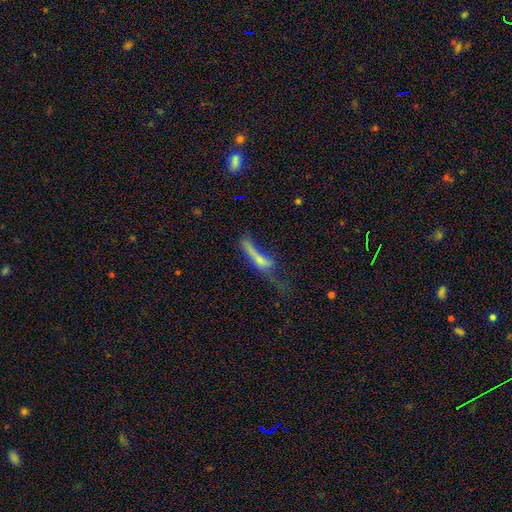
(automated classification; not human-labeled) Smooth or featured: smooth — 48% (featured or disk — 41%)
Merging: major disturbance — 42% (none — 26%)